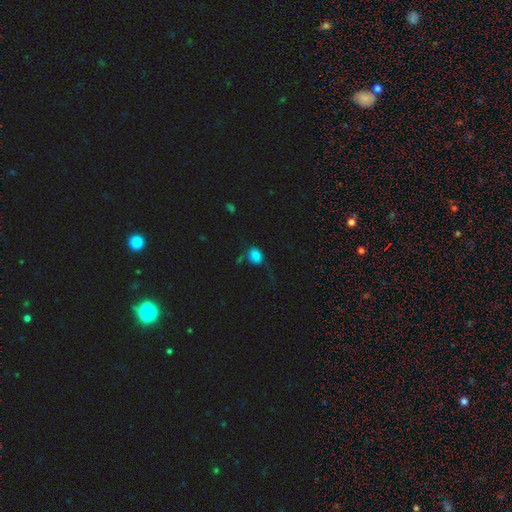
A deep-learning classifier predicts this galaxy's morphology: smooth_or_featured: smooth (p=0.81) [alt: star or artifact p=0.12]
how_rounded: in between (p=0.58) [alt: round p=0.41]
merging: none (p=0.53) [alt: minor disturbance p=0.26]